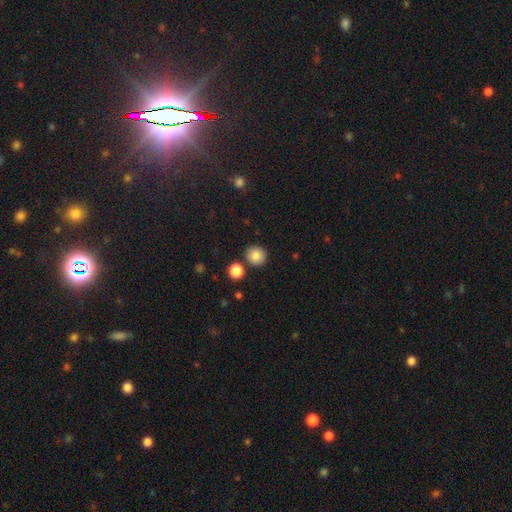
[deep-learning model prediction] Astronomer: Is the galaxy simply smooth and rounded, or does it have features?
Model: smooth — 84%.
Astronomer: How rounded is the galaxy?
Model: round — 89%.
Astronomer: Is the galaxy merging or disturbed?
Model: none — 84%.